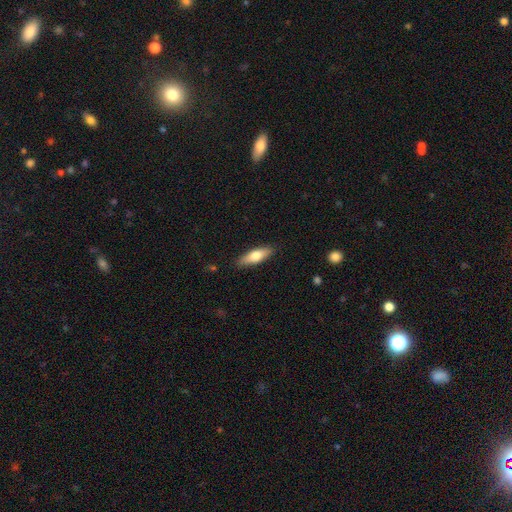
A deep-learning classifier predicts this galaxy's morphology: Q: Smooth or featured?
A: smooth (67%); runner-up: featured or disk (27%)
Q: How rounded?
A: in between (52%); runner-up: cigar-shaped (46%)
Q: Merging?
A: none (88%); runner-up: minor disturbance (9%)